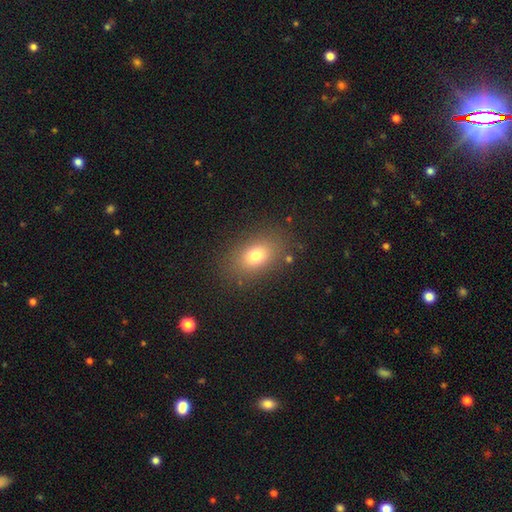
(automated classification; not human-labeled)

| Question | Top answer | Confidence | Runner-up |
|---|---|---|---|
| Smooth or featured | smooth | 76% | featured or disk (12%) |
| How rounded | in between | 80% | round (17%) |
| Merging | none | 84% | minor disturbance (10%) |